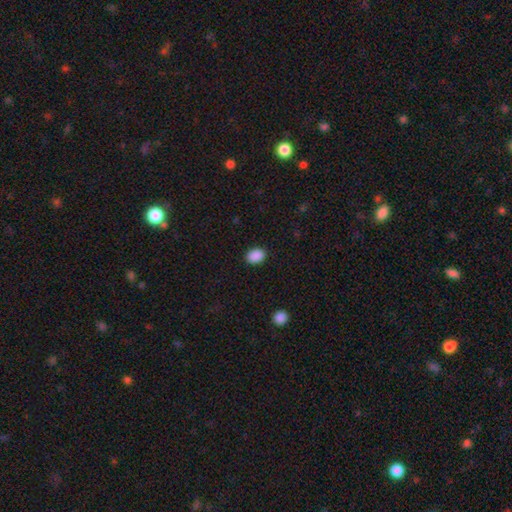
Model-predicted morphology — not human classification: Smooth or featured? Predicted: smooth (p=0.89). How rounded? Predicted: in between (p=0.68). Merging? Predicted: none (p=0.89).